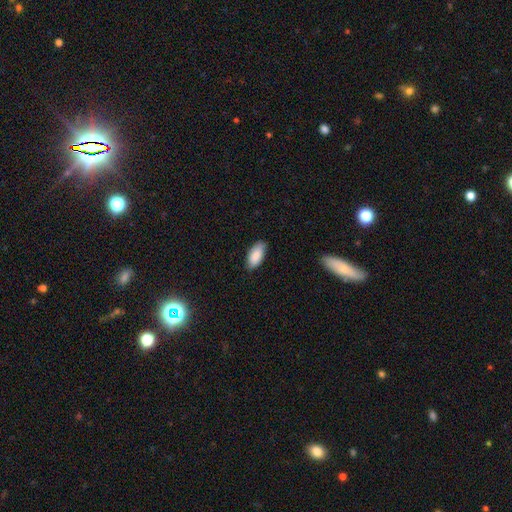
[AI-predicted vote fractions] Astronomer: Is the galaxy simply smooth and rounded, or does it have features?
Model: smooth — 87%.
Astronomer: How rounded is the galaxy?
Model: in between — 92%.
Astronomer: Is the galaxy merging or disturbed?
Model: none — 82%.